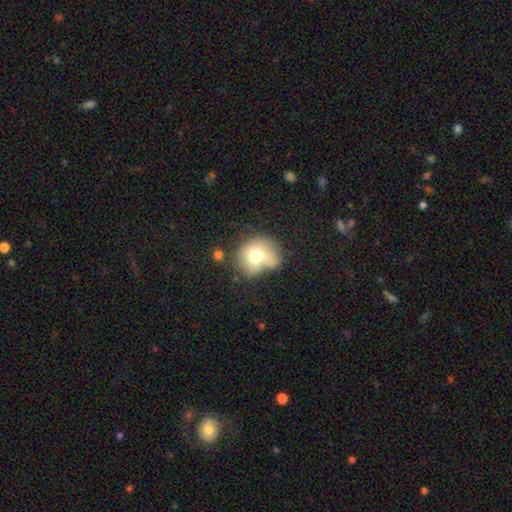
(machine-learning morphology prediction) smooth_or_featured: smooth (p=0.67) [alt: featured or disk p=0.22]
how_rounded: round (p=0.72) [alt: in between p=0.27]
merging: none (p=0.42) [alt: minor disturbance p=0.27]